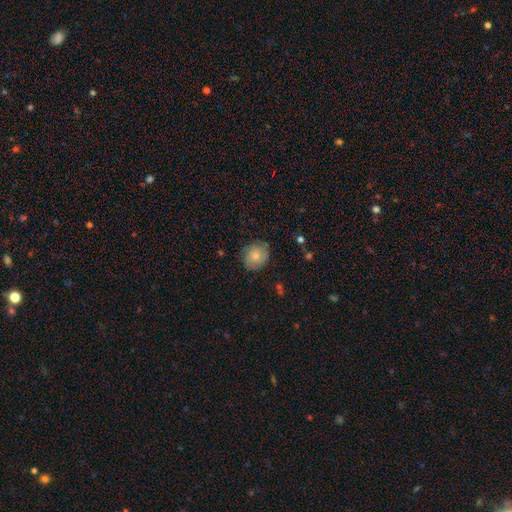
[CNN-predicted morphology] Smooth or featured? Predicted: smooth (p=0.72). How rounded? Predicted: round (p=0.71). Merging? Predicted: none (p=0.76).